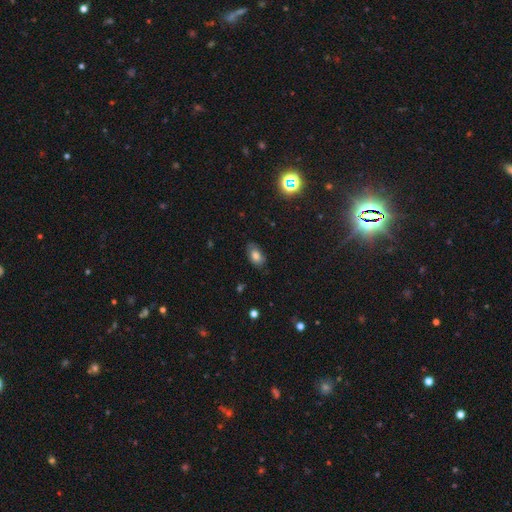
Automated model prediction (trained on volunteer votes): A smooth galaxy with no disk features (75%) that is in between round and cigar-shaped (90%).

Vote fractions:
- Smooth or featured? smooth: 75% / featured or disk: 14% / star or artifact: 11%
- How rounded? in between: 90% / round: 8% / cigar-shaped: 2%
- Merging? none: 75% / minor disturbance: 20% / major disturbance: 4% / merger: 1%